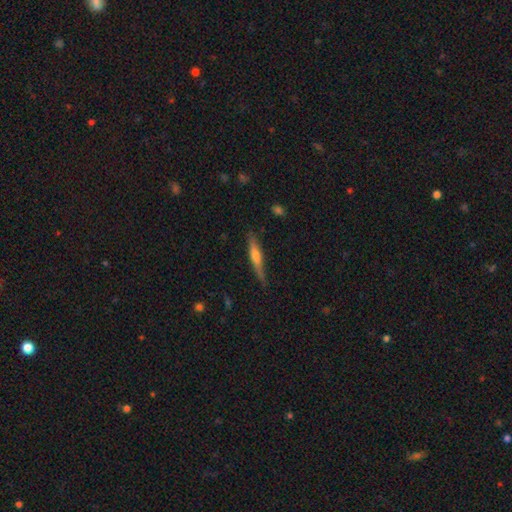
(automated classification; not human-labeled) Smooth or featured: featured or disk — 51% (smooth — 42%)
Edge-on disk: yes — 95% (no — 5%)
Merging: none — 82% (minor disturbance — 14%)